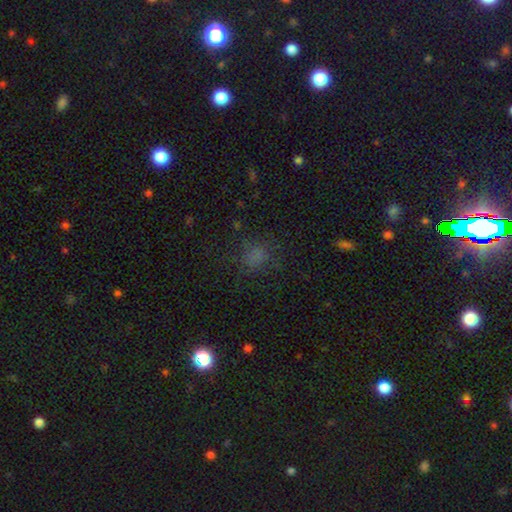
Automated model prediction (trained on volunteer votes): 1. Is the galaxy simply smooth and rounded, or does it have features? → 70% smooth, 21% star or artifact, 9% featured or disk.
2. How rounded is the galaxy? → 66% round, 32% in between, 1% cigar-shaped.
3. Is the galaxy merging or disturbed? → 70% none, 17% minor disturbance, 11% major disturbance, 2% merger.